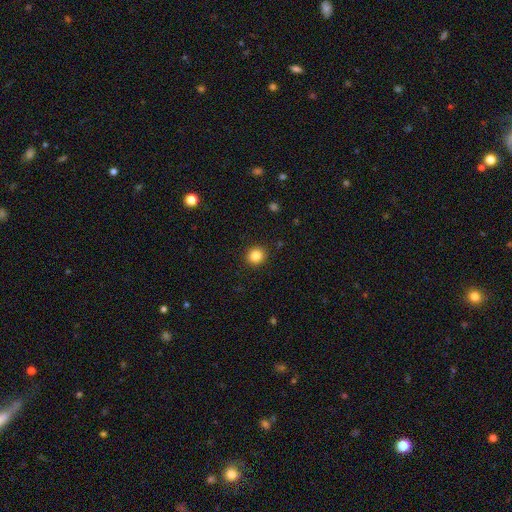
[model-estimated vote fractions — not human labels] smooth_or_featured: smooth (p=0.85) [alt: star or artifact p=0.11]
how_rounded: round (p=0.88) [alt: in between p=0.11]
merging: none (p=0.91) [alt: minor disturbance p=0.06]